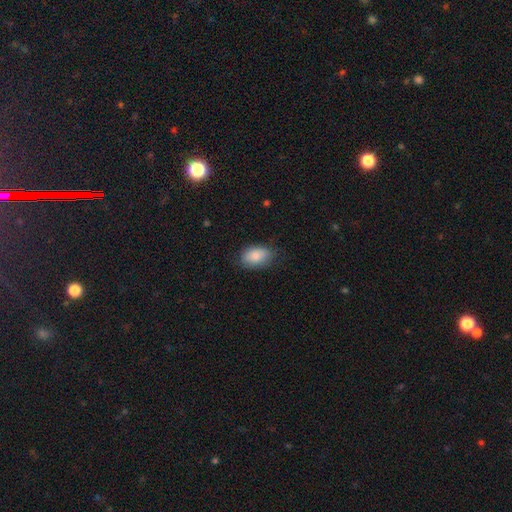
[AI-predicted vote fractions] Q: Smooth or featured?
A: smooth (85%); runner-up: featured or disk (8%)
Q: How rounded?
A: in between (90%); runner-up: round (9%)
Q: Merging?
A: none (78%); runner-up: minor disturbance (17%)